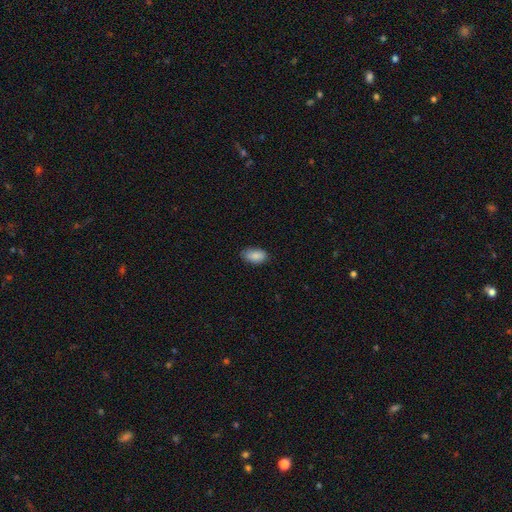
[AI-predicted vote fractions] smooth 87%, star or artifact 7%, featured or disk 6%. Down the decision tree: how rounded — in between (93%); merging — none (80%).